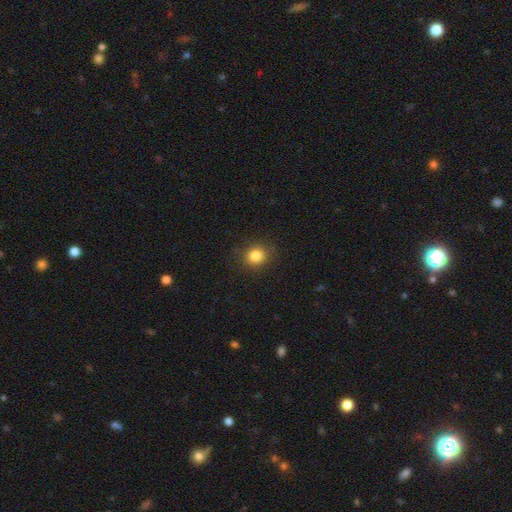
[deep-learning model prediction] Smooth or featured? Predicted: smooth (p=0.83). How rounded? Predicted: round (p=0.81). Merging? Predicted: none (p=0.88).